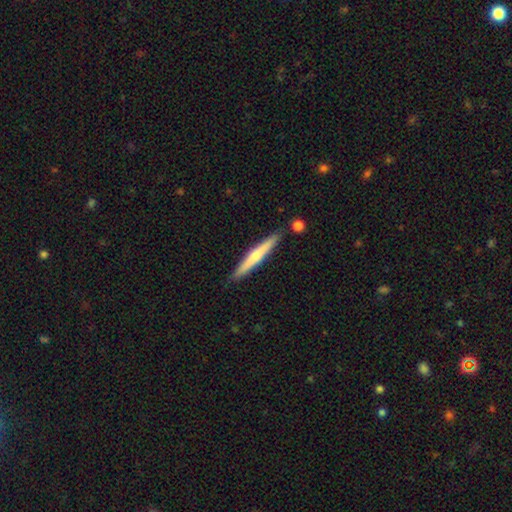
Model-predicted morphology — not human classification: smooth_or_featured: featured or disk (p=0.49) [alt: smooth p=0.46]
merging: none (p=0.88) [alt: minor disturbance p=0.08]